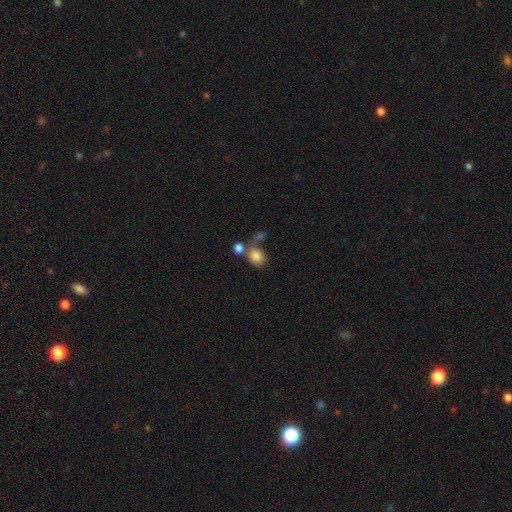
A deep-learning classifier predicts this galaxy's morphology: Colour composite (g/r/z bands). It shows a smooth galaxy with no disk features (82%) that is round (55%). Merging: merger (39%, tied with none).